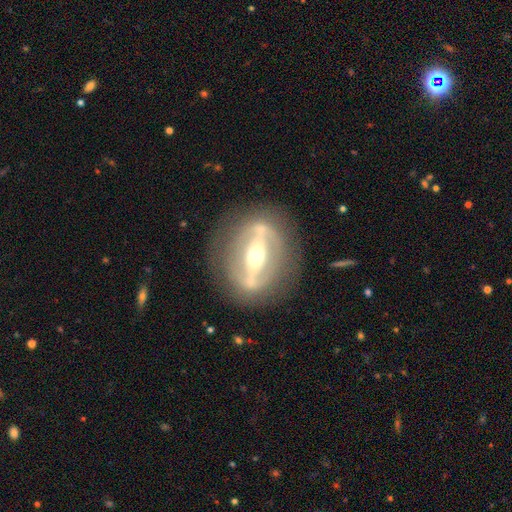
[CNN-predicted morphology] smooth-or-featured: featured or disk: 82% | smooth: 12% | star or artifact: 6%
  disk-edge-on: no: 72% | yes: 28%
    bar: strong: 82% | weak: 11% | no: 7%
    has-spiral-arms: no: 70% | yes: 30%
    bulge-size: moderate: 65% | small: 22% | large: 10% | dominant: 2% | none: 1%
  merging: none: 79% | minor disturbance: 12% | major disturbance: 7% | merger: 2%